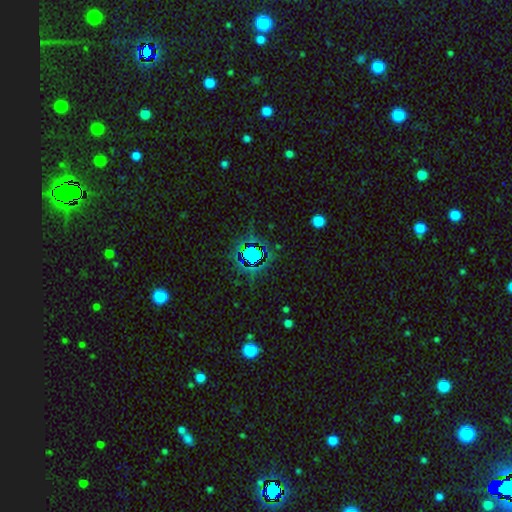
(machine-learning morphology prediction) Smooth or featured: star or artifact — 67% (smooth — 21%)